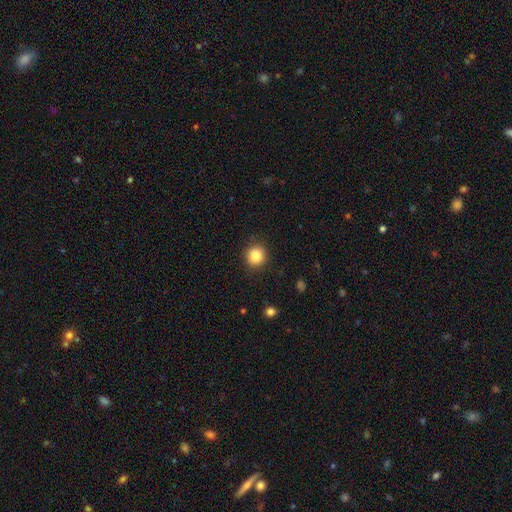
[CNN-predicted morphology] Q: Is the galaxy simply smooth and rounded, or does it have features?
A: smooth — 86%.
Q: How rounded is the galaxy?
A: round — 89%.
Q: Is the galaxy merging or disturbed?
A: none — 90%.